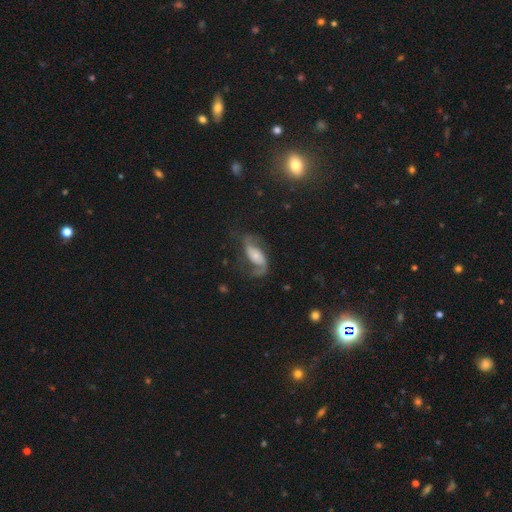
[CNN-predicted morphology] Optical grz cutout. It shows a featured or disk galaxy (80%) with no bar (53%), 2 (87%) loose (54%) spiral arms (95%) and a small central bulge (56%). Merging: none (61%).